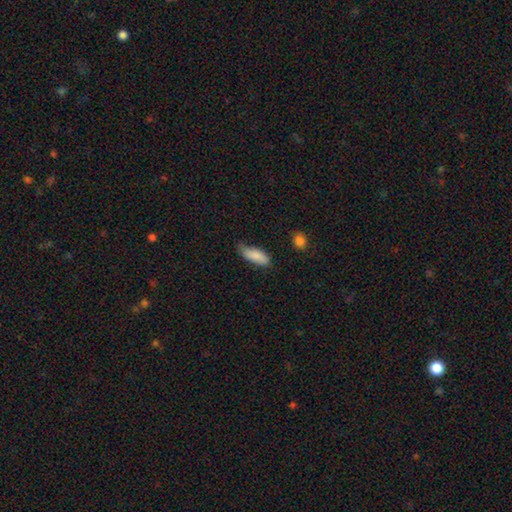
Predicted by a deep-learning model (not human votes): A smooth galaxy with no disk features (84%) that is in between round and cigar-shaped (74%).

Vote fractions:
- Smooth or featured? smooth: 84% / featured or disk: 10% / star or artifact: 6%
- How rounded? in between: 74% / cigar-shaped: 24% / round: 2%
- Merging? none: 56% / minor disturbance: 35% / major disturbance: 6% / merger: 2%